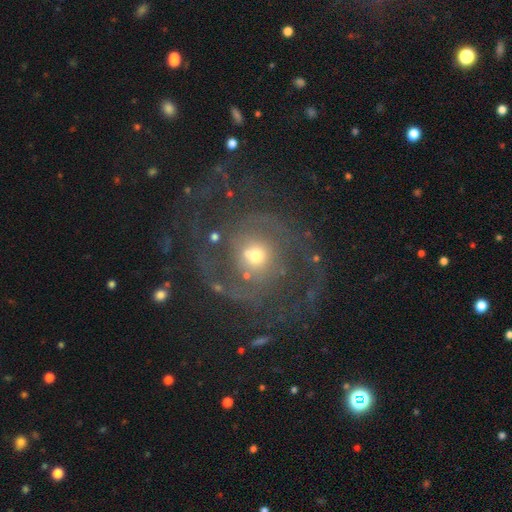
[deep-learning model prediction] This appears to be a featured or disk galaxy (62%) with no bar (77%), spiral arms (67%) and a small central bulge (47%). Merging: none (50%).